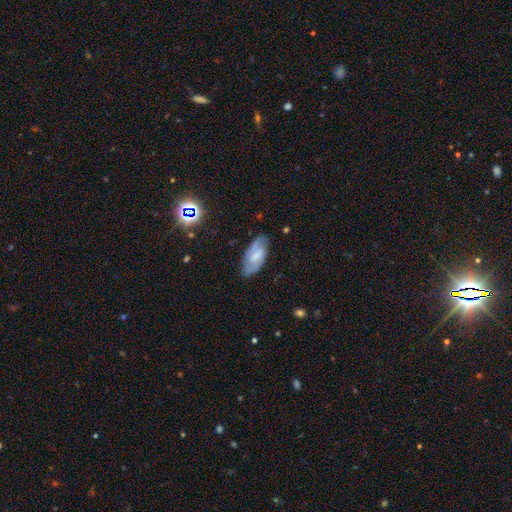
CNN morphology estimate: A featured or disk galaxy (61%) with a weak bar (53%), spiral arms (87%) and a small central bulge (36%).

Vote fractions:
- Smooth or featured? featured or disk: 61% / smooth: 32% / star or artifact: 7%
- Edge-on disk? no: 93% / yes: 7%
- Bar? weak: 53% / strong: 26% / no: 22%
- Spiral arms? yes: 87% / no: 13%
- Bulge size? small: 36% / moderate: 30% / none: 26% / large: 6% / dominant: 1%
- Merging? none: 79% / minor disturbance: 15% / major disturbance: 4% / merger: 1%